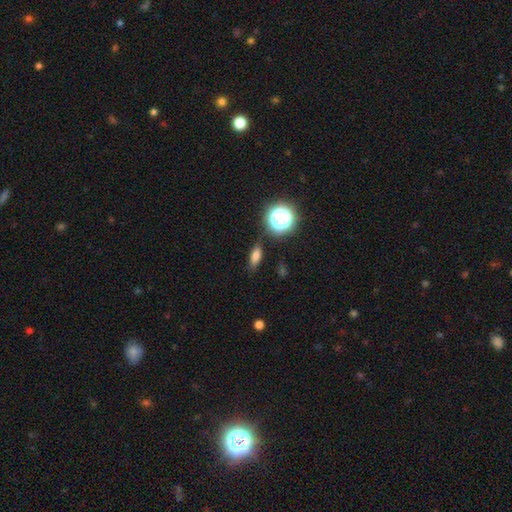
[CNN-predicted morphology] smooth_or_featured: smooth (p=0.73) [alt: star or artifact p=0.15]
how_rounded: in between (p=0.63) [alt: cigar-shaped p=0.25]
merging: none (p=0.80) [alt: minor disturbance p=0.13]